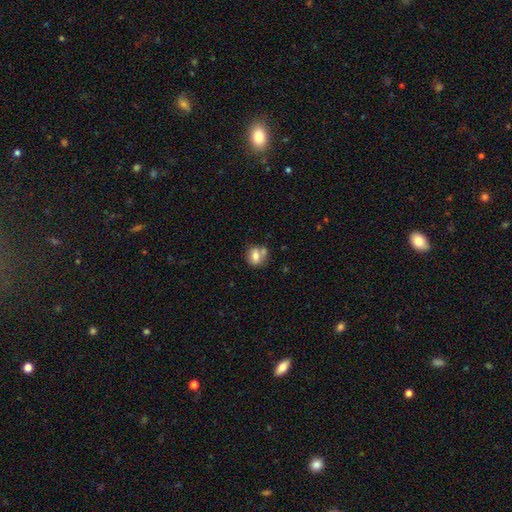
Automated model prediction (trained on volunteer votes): This appears to be a smooth galaxy with no disk features (72%) that is round (60%). Merging: none (51%).